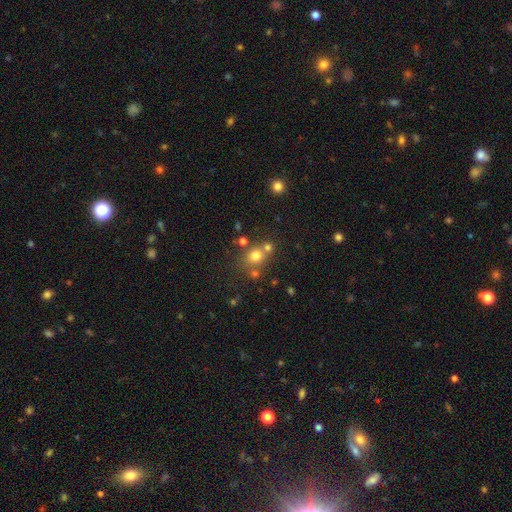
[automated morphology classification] smooth 72%, star or artifact 17%, featured or disk 11%. Down the decision tree: how rounded — round (81%); merging — none (59%).